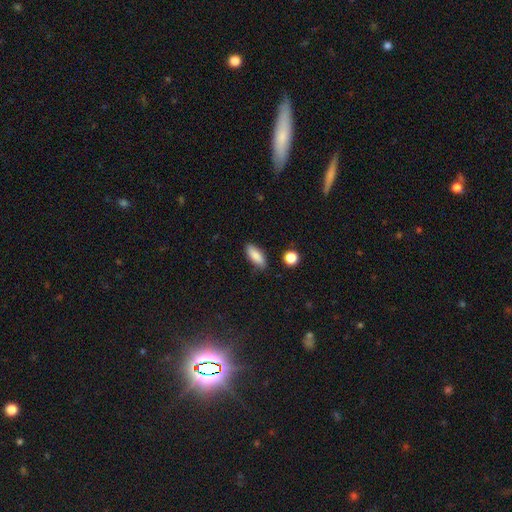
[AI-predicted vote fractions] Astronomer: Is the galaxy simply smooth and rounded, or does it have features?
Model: smooth — 85%.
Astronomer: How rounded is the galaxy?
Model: in between — 71%.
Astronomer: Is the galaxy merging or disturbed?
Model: none — 84%.